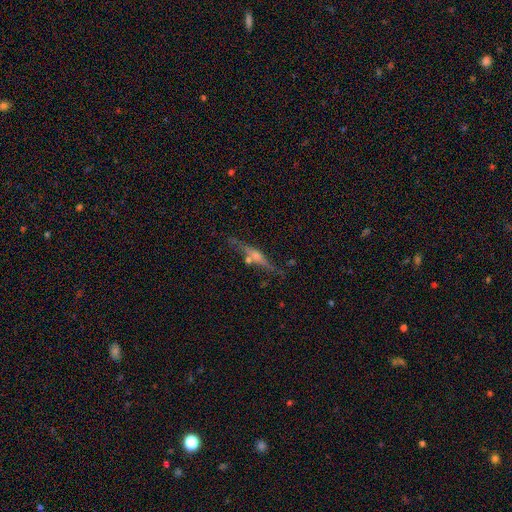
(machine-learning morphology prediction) A featured or disk galaxy (70%) viewed edge-on (94%) with a rounded central bulge (72%). Merging: none (74%).